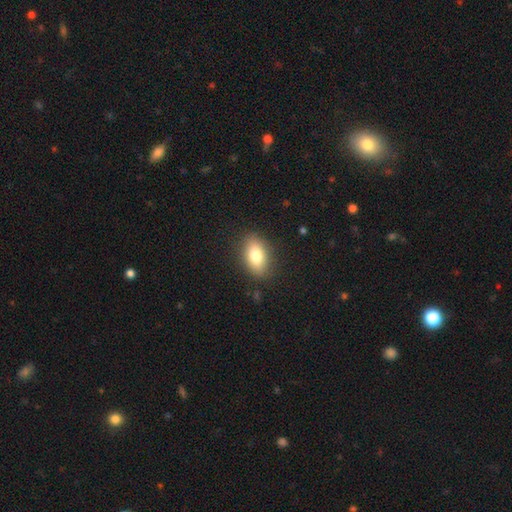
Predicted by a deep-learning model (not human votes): Smooth or featured: smooth — 78% (featured or disk — 13%)
How rounded: in between — 87% (round — 10%)
Merging: none — 86% (minor disturbance — 10%)